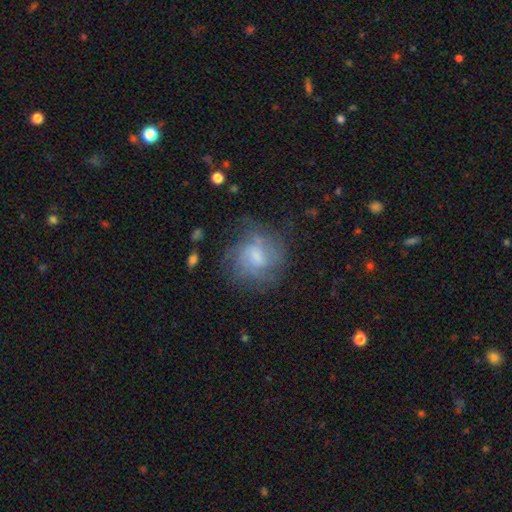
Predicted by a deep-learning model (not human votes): Smooth or featured: featured or disk — 57% (smooth — 33%)
Edge-on disk: no — 97% (yes — 3%)
Bar: no — 47% (weak — 46%)
Spiral arms: yes — 77% (no — 23%)
Bulge size: moderate — 39% (small — 36%)
Merging: none — 62% (minor disturbance — 21%)